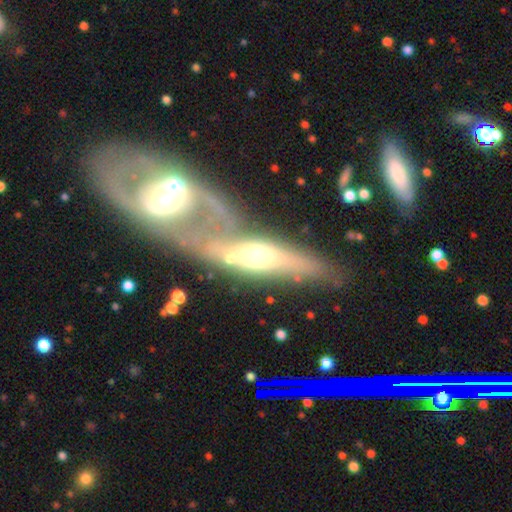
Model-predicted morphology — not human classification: Smooth or featured?
  - featured or disk: 63% *
  - smooth: 27%
  - star or artifact: 10%
Edge-on disk?
  - no: 50% * (tied)
  - yes: 50% * (tied)
Merging?
  - merger: 43% *
  - none: 35%
  - major disturbance: 11%
  - minor disturbance: 10%